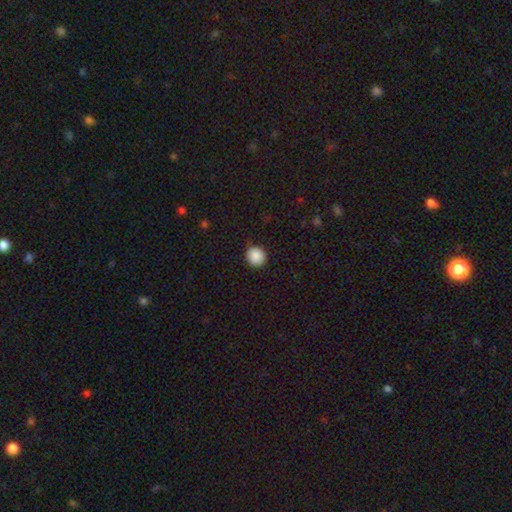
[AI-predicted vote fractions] A smooth galaxy with no disk features (88%) that is round (91%). Merging: none (88%).